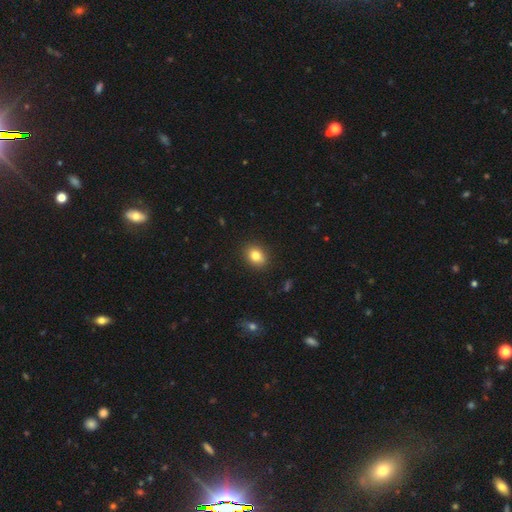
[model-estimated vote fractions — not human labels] This is clearly a smooth galaxy (82%). How rounded: possibly in between (55%). Merging: clearly none (89%).